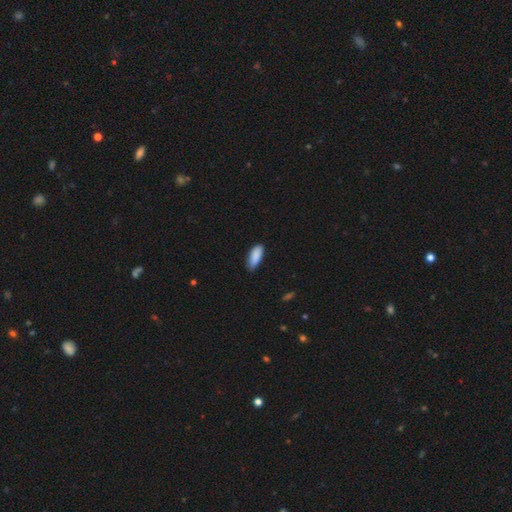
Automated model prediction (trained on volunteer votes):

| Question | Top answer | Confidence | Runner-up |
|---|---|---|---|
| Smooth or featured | smooth | 89% | star or artifact (6%) |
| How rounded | in between | 78% | cigar-shaped (20%) |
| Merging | none | 78% | minor disturbance (18%) |